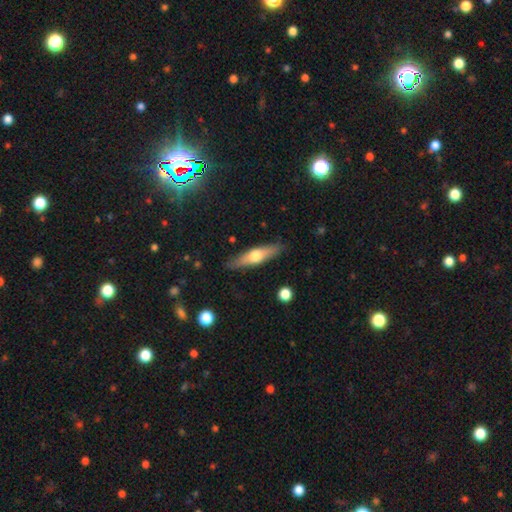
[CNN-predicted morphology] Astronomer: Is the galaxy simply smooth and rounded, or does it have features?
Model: featured or disk — 49% (runner-up: smooth, 45%).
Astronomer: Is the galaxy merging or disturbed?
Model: none — 87%.